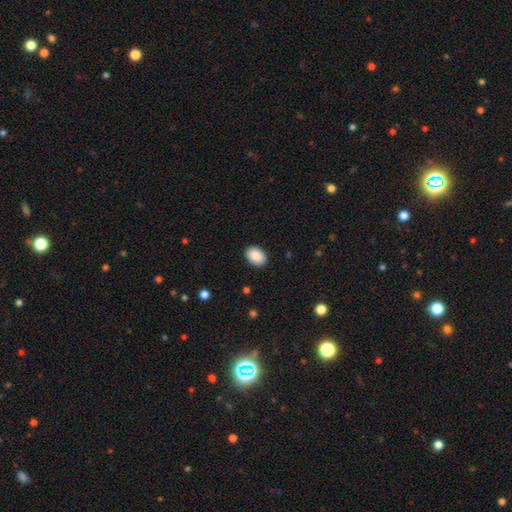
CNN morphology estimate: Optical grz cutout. It shows a smooth galaxy with no disk features (90%) that is in between round and cigar-shaped (87%). Merging: none (89%).